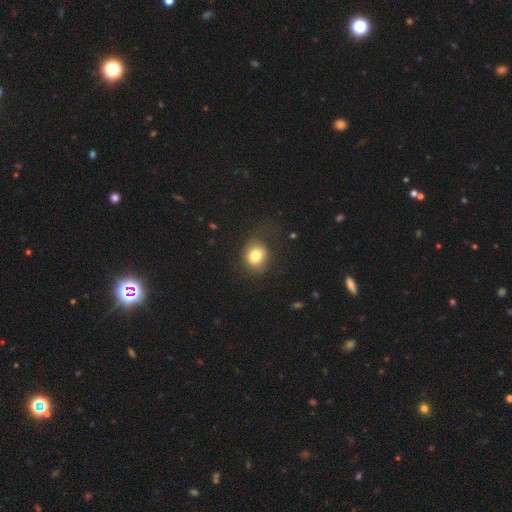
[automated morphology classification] smooth 78%, featured or disk 11%, star or artifact 11%. Down the decision tree: how rounded — round (72%); merging — none (66%).